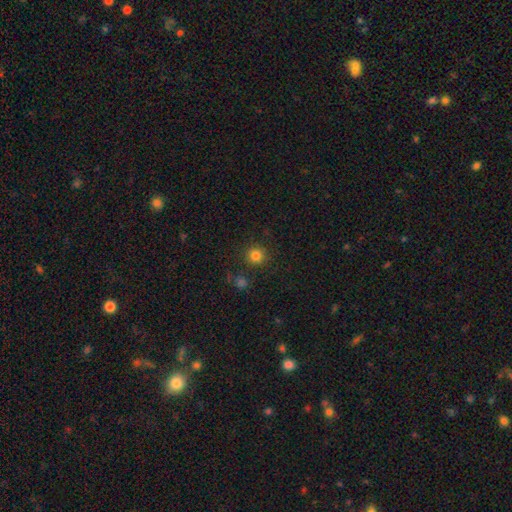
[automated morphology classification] smooth 82%, star or artifact 13%, featured or disk 5%. Down the decision tree: how rounded — round (93%); merging — none (86%).